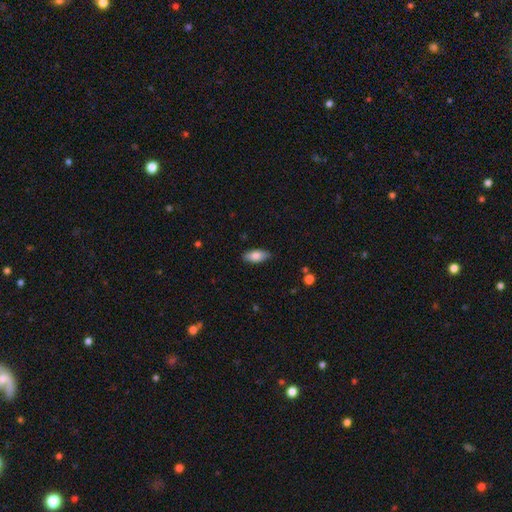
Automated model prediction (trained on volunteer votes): Q: Smooth or featured?
A: smooth (81%); runner-up: featured or disk (12%)
Q: How rounded?
A: in between (86%); runner-up: cigar-shaped (11%)
Q: Merging?
A: none (87%); runner-up: minor disturbance (10%)